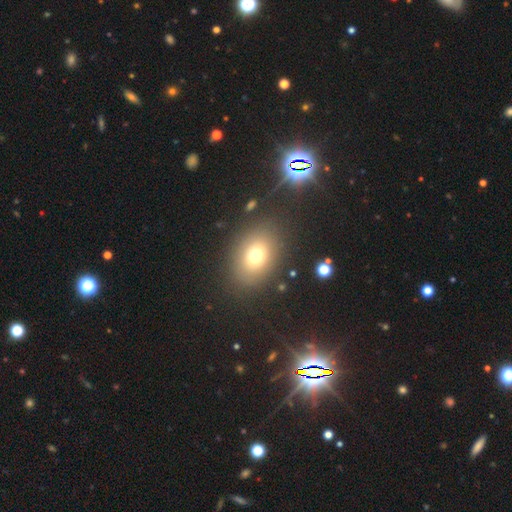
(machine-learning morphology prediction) This appears to be a smooth galaxy with no disk features (72%) that is in between round and cigar-shaped (67%). Merging: none (83%).